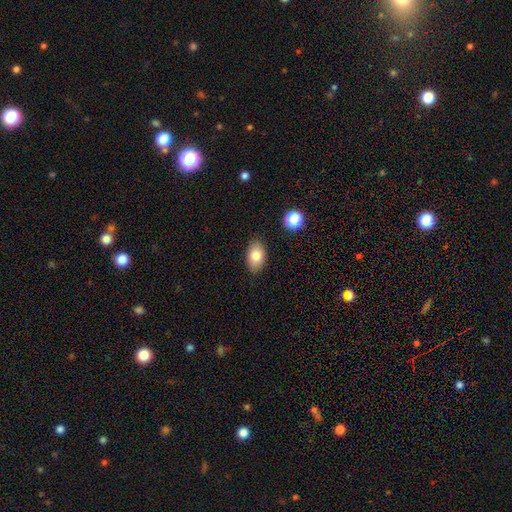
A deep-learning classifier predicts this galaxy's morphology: smooth-or-featured: smooth: 82% | featured or disk: 10% | star or artifact: 8%
  how-rounded: in between: 91% | round: 8% | cigar-shaped: 1%
  merging: none: 86% | minor disturbance: 10% | major disturbance: 2% | merger: 2%